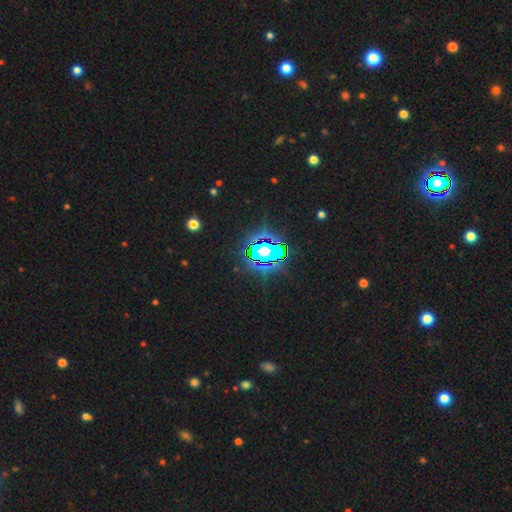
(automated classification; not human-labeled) Smooth or featured? Predicted: star or artifact (p=0.81).